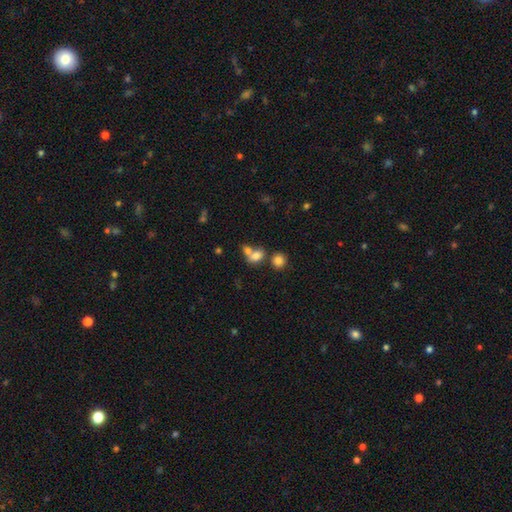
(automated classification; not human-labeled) smooth 74%, featured or disk 13%, star or artifact 12%. Down the decision tree: how rounded — in between (61%); merging — merger (52%).